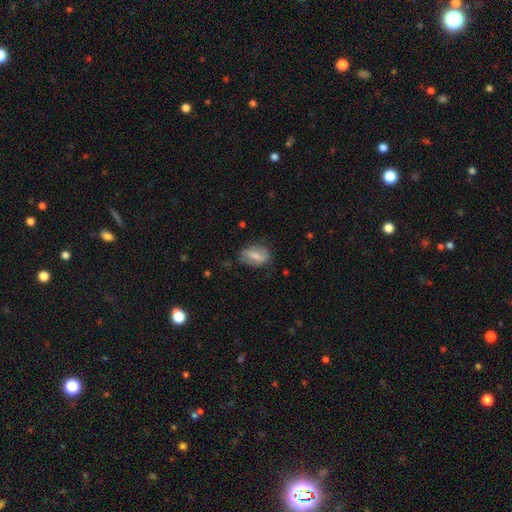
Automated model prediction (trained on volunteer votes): Smooth or featured? Predicted: smooth (p=0.52). How rounded? Predicted: in between (p=0.82). Merging? Predicted: none (p=0.62).